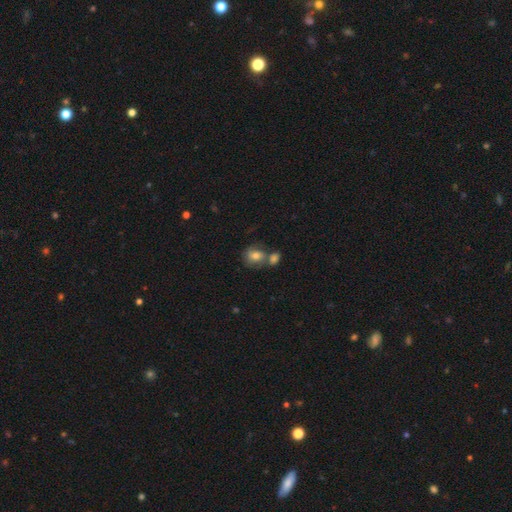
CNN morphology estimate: Q: Smooth or featured?
A: smooth (71%); runner-up: featured or disk (20%)
Q: How rounded?
A: round (51%); runner-up: in between (48%)
Q: Merging?
A: merger (45%); runner-up: none (36%)